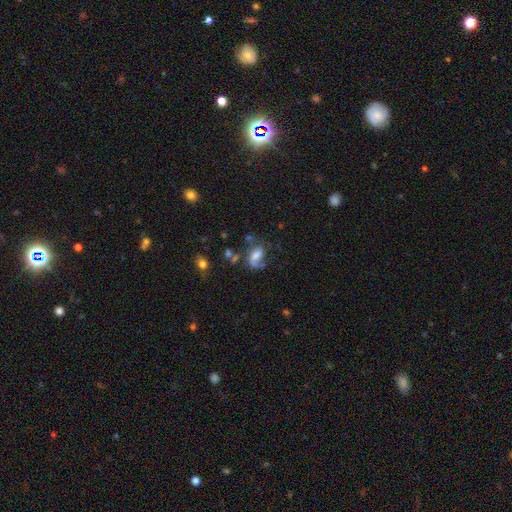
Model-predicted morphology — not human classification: featured or disk 55%, smooth 34%, star or artifact 11%. Down the decision tree: edge-on disk — no (96%); bar — no (53%); spiral arms — yes (80%); bulge size — moderate (34%); merging — none (39%).